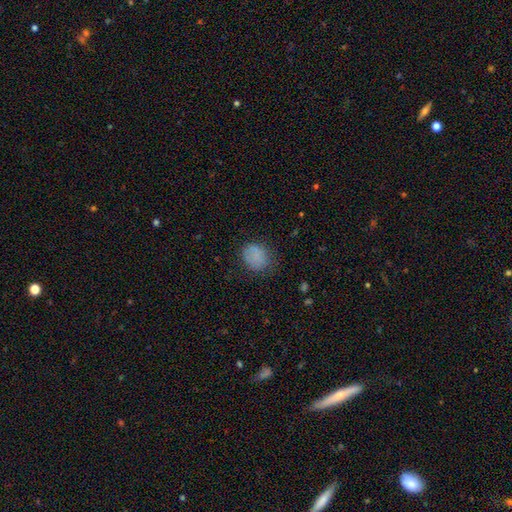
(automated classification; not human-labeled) This appears to be a smooth galaxy with no disk features (82%) that is round (55%). Merging: none (70%).